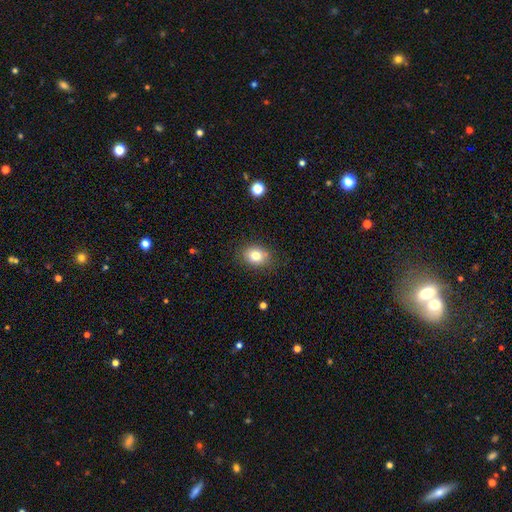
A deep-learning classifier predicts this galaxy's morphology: The model was most divided on "how rounded": in between: 52%, round: 47%, cigar-shaped: 1%. More confident: merging — none (83%); smooth or featured — smooth (78%).